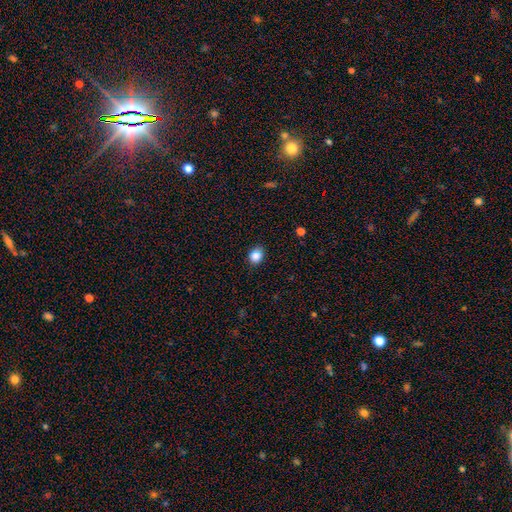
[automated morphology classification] smooth_or_featured: smooth (p=0.85) [alt: star or artifact p=0.11]
how_rounded: round (p=0.60) [alt: in between p=0.39]
merging: none (p=0.80) [alt: minor disturbance p=0.16]